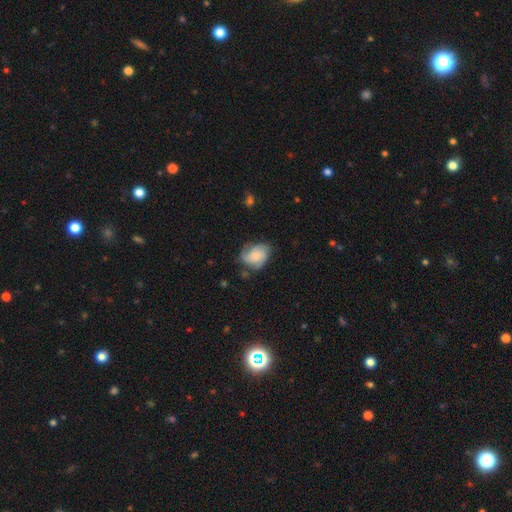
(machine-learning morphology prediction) Smooth or featured?
  - featured or disk: 56% *
  - smooth: 36%
  - star or artifact: 7%
Edge-on disk?
  - no: 97% *
  - yes: 3%
Bar?
  - no: 77% *
  - weak: 20%
  - strong: 3%
Spiral arms?
  - yes: 89% *
  - no: 11%
Bulge size?
  - moderate: 40% *
  - small: 39%
  - large: 10%
  - none: 9%
  - dominant: 2%
Merging?
  - none: 60% *
  - minor disturbance: 27%
  - major disturbance: 11%
  - merger: 2%